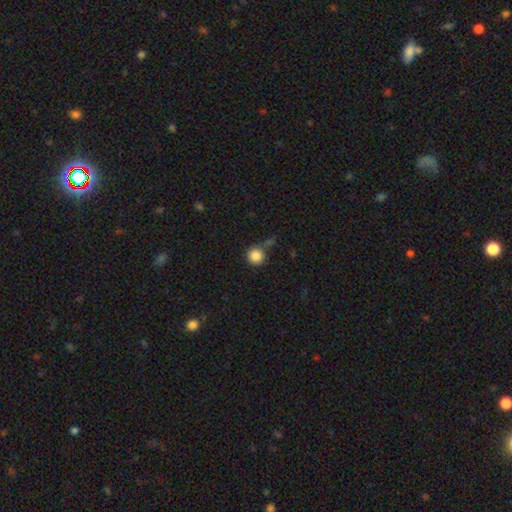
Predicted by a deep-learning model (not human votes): smooth_or_featured: smooth (p=0.86) [alt: star or artifact p=0.10]
how_rounded: round (p=0.95) [alt: in between p=0.04]
merging: none (p=0.70) [alt: minor disturbance p=0.13]